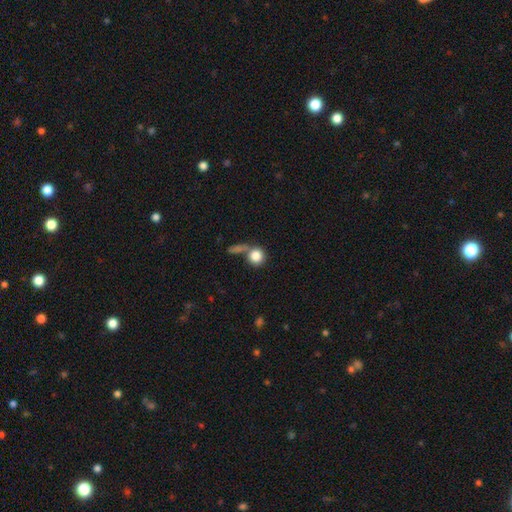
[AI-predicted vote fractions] Q: Smooth or featured?
A: smooth (82%); runner-up: featured or disk (9%)
Q: How rounded?
A: round (87%); runner-up: in between (11%)
Q: Merging?
A: none (49%); runner-up: merger (31%)